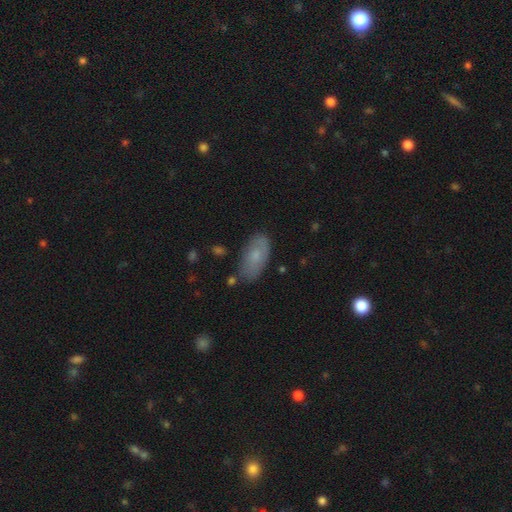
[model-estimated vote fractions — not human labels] A smooth galaxy with no disk features (69%) that is in between round and cigar-shaped (92%). Merging: none (77%).